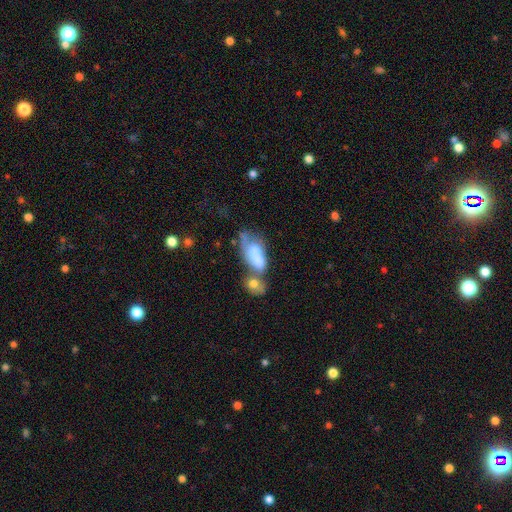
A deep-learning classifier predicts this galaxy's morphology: Smooth or featured? smooth (67%)
How rounded? in between (85%)
Merging? merger (54%)